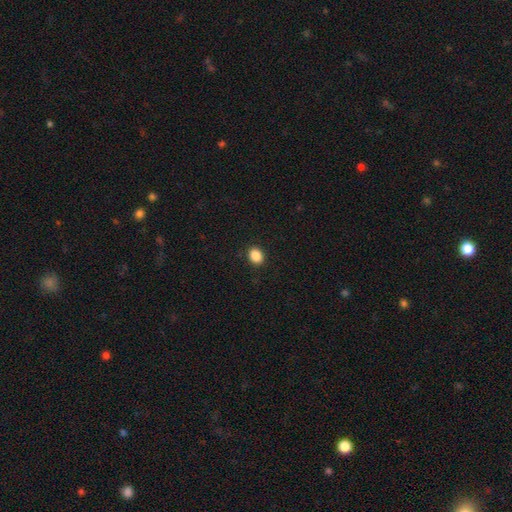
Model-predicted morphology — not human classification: Smooth or featured? smooth (88%)
How rounded? in between (55%)
Merging? none (91%)